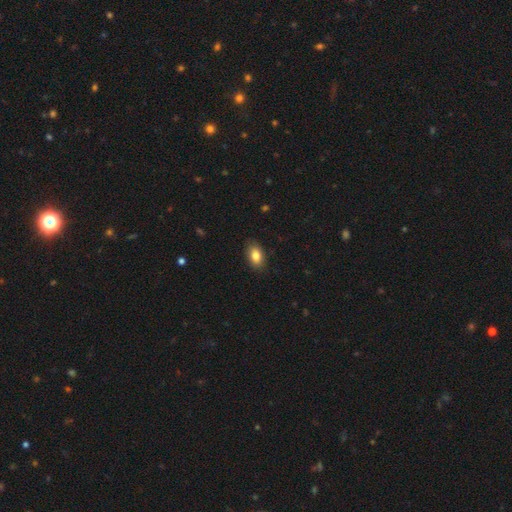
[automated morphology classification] smooth-or-featured: smooth: 84% | featured or disk: 8% | star or artifact: 8%
  how-rounded: in between: 90% | round: 8% | cigar-shaped: 2%
  merging: none: 87% | minor disturbance: 10% | major disturbance: 2% | merger: 1%